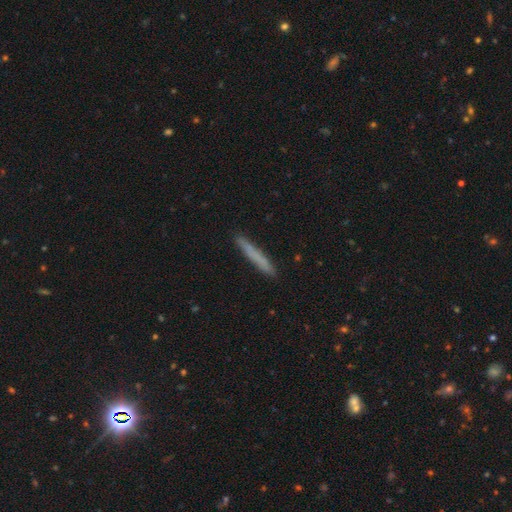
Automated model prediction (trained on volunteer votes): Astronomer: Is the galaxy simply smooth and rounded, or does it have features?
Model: smooth — 71%.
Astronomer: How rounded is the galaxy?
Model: cigar-shaped — 96%.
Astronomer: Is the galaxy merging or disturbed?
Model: none — 91%.